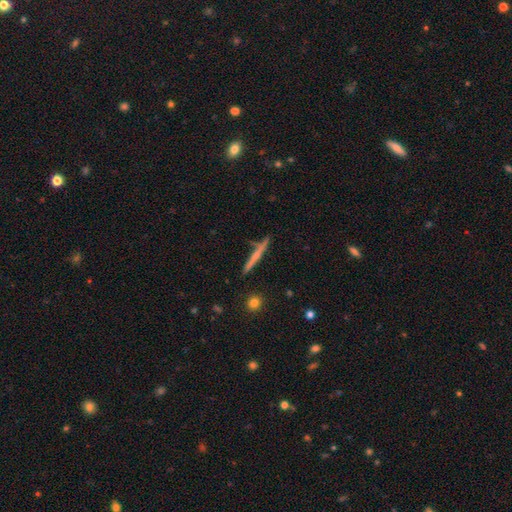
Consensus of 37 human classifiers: Overall: featured or disk (68%; smooth 30%). Edge-on disk: yes (100%). Edge-on bulge: none (60%; rounded 32%). Merging: none (83%).